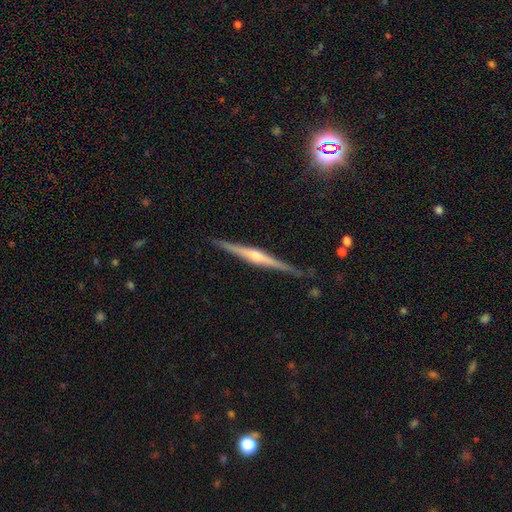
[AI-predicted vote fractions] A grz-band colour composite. It shows a featured or disk galaxy (83%) viewed edge-on (98%) with a rounded central bulge (83%). Merging: none (89%).